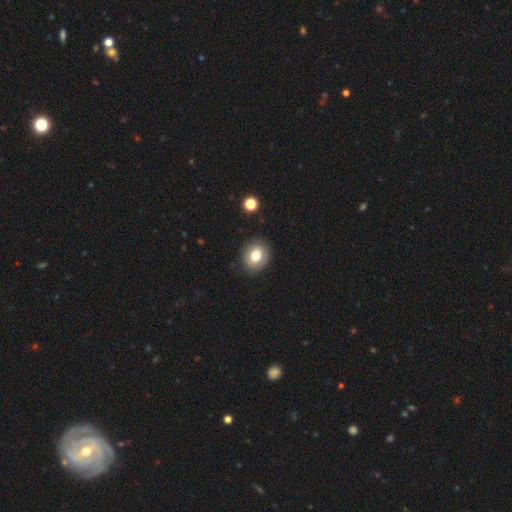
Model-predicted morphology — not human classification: The model was most divided on "how rounded": round: 61%, in between: 38%, cigar-shaped: 1%. More confident: merging — none (88%); smooth or featured — smooth (76%).